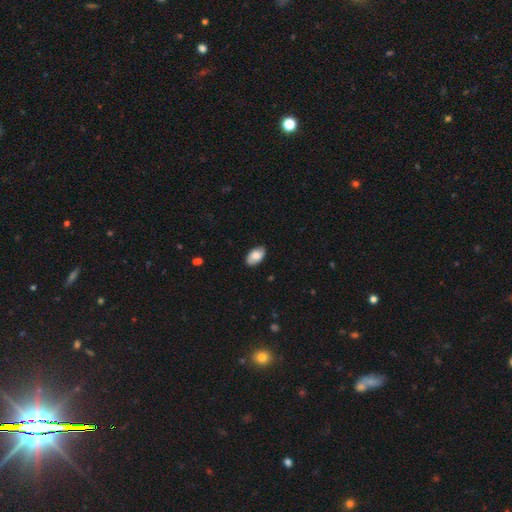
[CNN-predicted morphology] smooth 80%, featured or disk 14%, star or artifact 6%. Down the decision tree: how rounded — in between (94%); merging — none (86%).